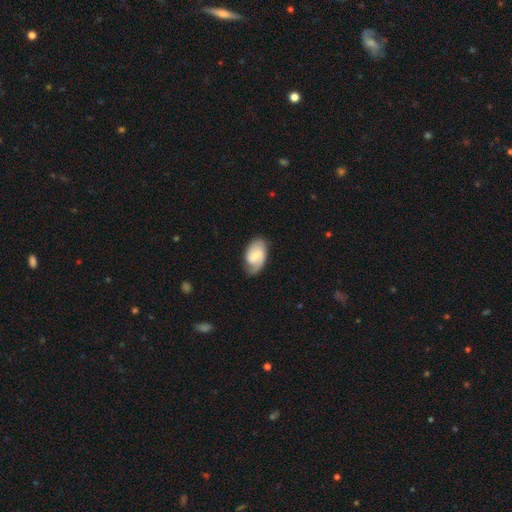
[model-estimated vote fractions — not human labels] Overall: featured or disk (54%; smooth 40%). Edge-on disk: no (96%). Bar: weak (51%; no 30%). Spiral arms: yes (87%). Bulge size: small (45%; moderate 30%). Merging: none (68%).